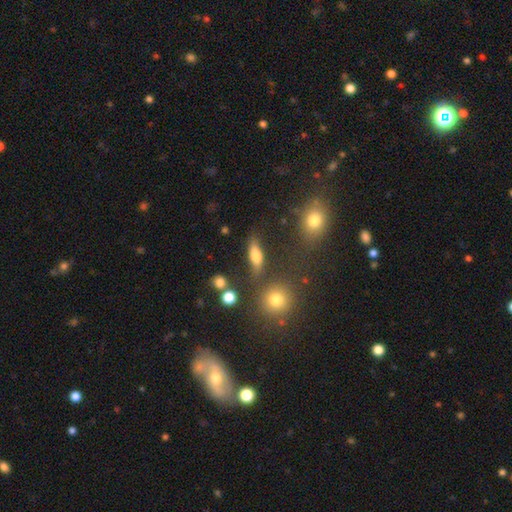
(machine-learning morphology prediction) type=smooth (65%); roundness=in between (56%); merging=none (69%).